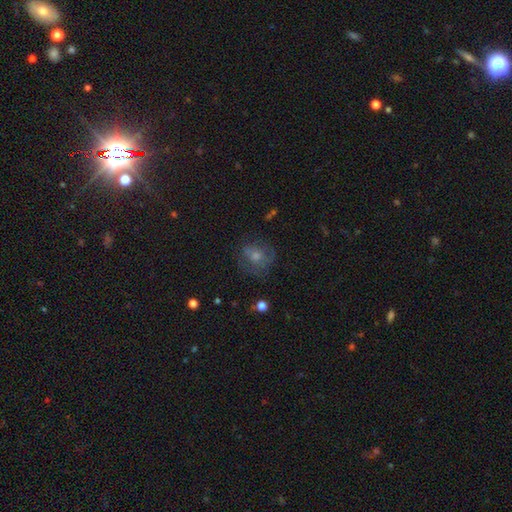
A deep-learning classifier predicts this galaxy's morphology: smooth-or-featured: smooth: 41% | featured or disk: 34% | star or artifact: 25%
  merging: none: 70% | minor disturbance: 17% | major disturbance: 11% | merger: 2%